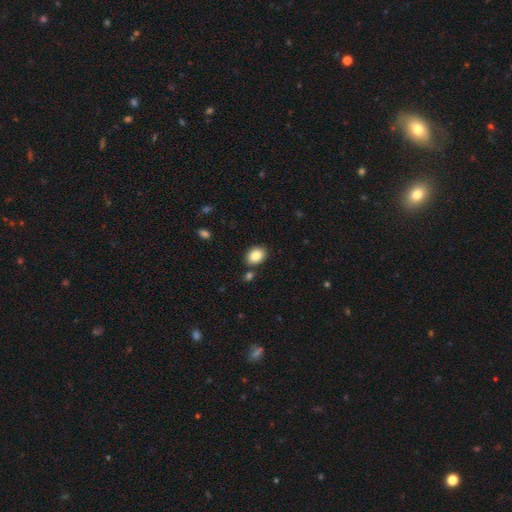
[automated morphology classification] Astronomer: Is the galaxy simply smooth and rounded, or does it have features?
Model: smooth — 84%.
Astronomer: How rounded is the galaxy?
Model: in between — 72%.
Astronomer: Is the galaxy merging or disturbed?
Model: none — 82%.